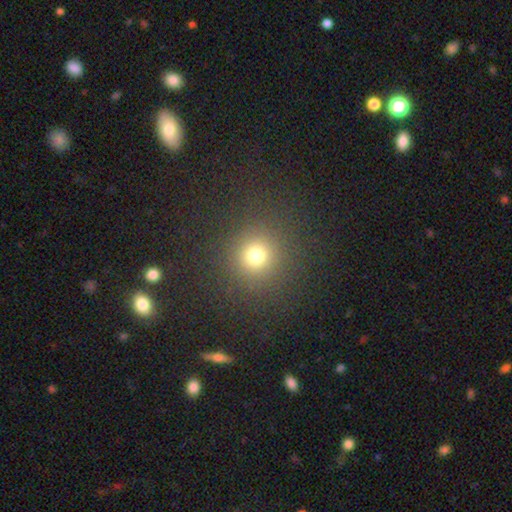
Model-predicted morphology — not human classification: smooth 71%, star or artifact 21%, featured or disk 8%. Down the decision tree: how rounded — round (93%); merging — none (88%).